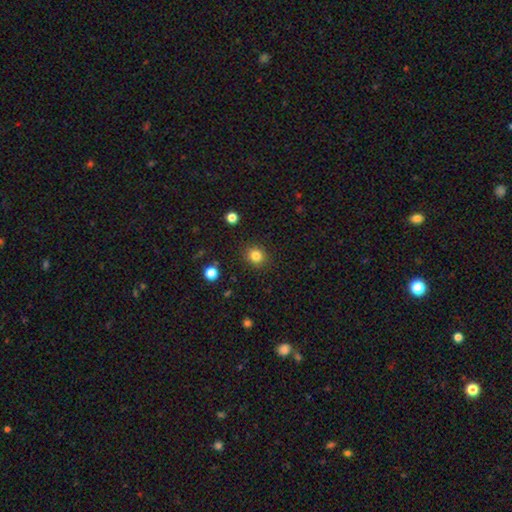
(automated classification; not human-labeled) A smooth galaxy with no disk features (83%) that is round (84%).

Vote fractions:
- Smooth or featured? smooth: 83% / star or artifact: 12% / featured or disk: 5%
- How rounded? round: 84% / in between: 15% / cigar-shaped: 1%
- Merging? none: 89% / minor disturbance: 7% / major disturbance: 2% / merger: 1%